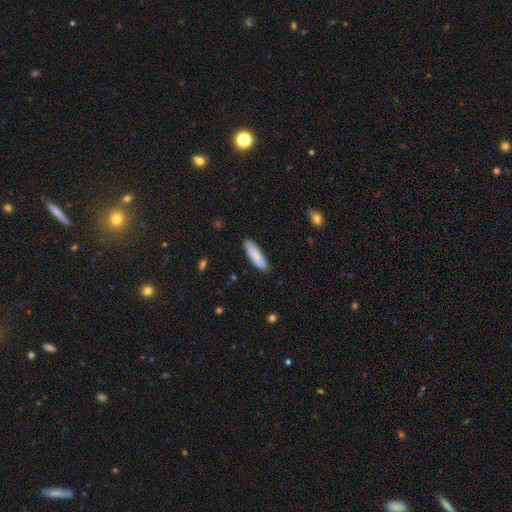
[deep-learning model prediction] Smooth or featured? Predicted: smooth (p=0.86). How rounded? Predicted: cigar-shaped (p=0.62). Merging? Predicted: none (p=0.86).